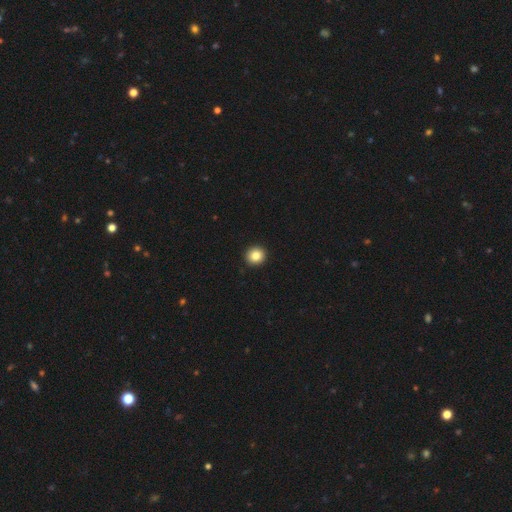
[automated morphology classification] Overall: smooth (85%). How rounded: round (92%). Merging: none (93%).